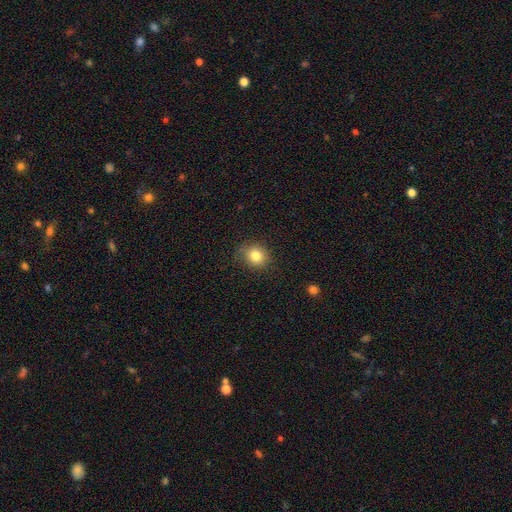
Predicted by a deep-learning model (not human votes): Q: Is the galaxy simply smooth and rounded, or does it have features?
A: smooth — 81%.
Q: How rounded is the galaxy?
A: round — 78%.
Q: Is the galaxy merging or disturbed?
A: none — 80%.